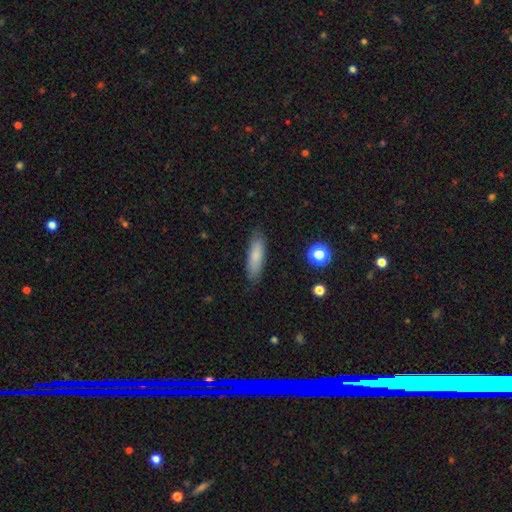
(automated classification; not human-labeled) A smooth galaxy with no disk features (81%) that is cigar-shaped (59%).

Vote fractions:
- Smooth or featured? smooth: 81% / featured or disk: 12% / star or artifact: 7%
- How rounded? cigar-shaped: 59% / in between: 39% / round: 2%
- Merging? none: 86% / minor disturbance: 11% / major disturbance: 2% / merger: 1%